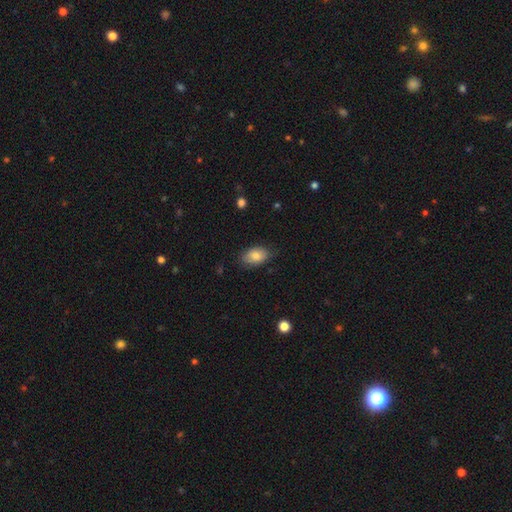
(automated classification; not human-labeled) Smooth or featured?
  - smooth: 81% *
  - featured or disk: 12%
  - star or artifact: 7%
How rounded?
  - in between: 89% *
  - round: 9%
  - cigar-shaped: 1%
Merging?
  - none: 75% *
  - minor disturbance: 20%
  - major disturbance: 4%
  - merger: 1%